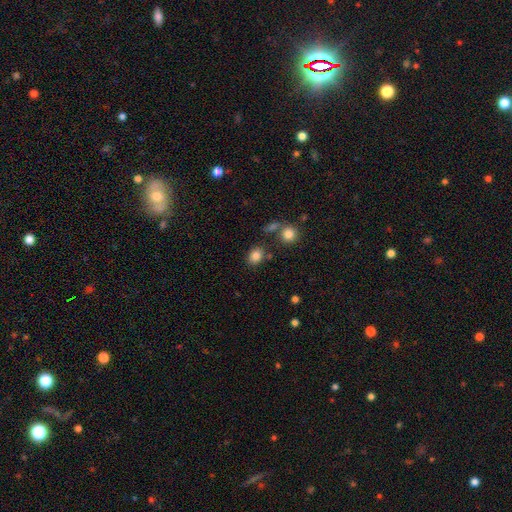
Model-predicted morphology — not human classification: Smooth or featured? smooth (84%)
How rounded? in between (58%)
Merging? none (74%)